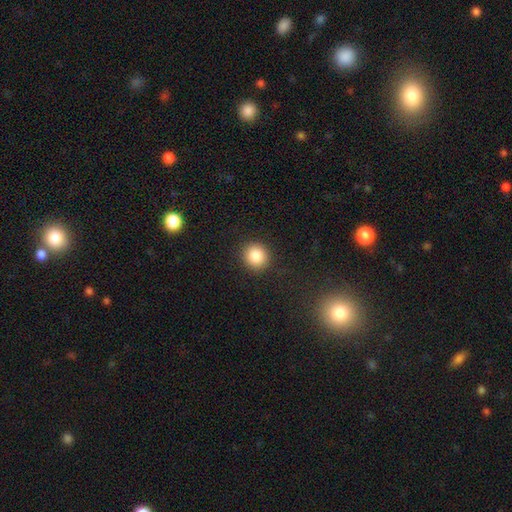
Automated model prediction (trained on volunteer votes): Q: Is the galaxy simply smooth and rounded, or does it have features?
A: smooth — 86%.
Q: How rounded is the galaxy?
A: round — 90%.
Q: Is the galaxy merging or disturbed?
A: none — 91%.